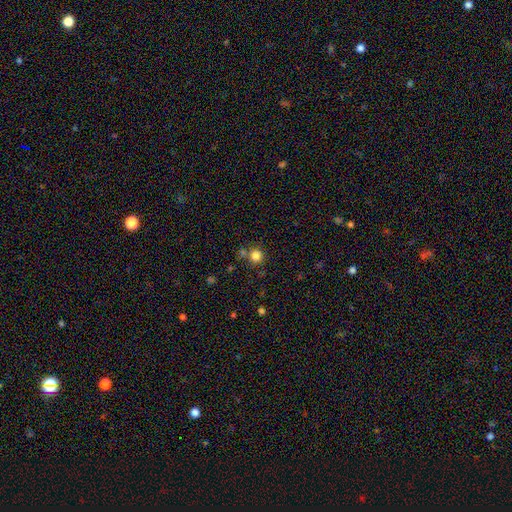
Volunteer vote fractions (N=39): Smooth or featured: smooth — 87% (star or artifact — 8%)
How rounded: round — 91% (in between — 9%)
Merging: none — 72% (merger — 17%)